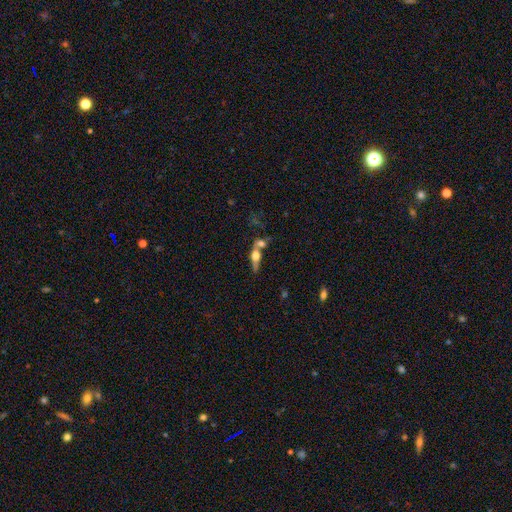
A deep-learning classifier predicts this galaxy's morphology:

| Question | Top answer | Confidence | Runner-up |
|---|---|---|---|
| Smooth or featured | featured or disk | 55% | smooth (36%) |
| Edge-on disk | yes | 82% | no (18%) |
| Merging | merger | 44% | none (38%) |